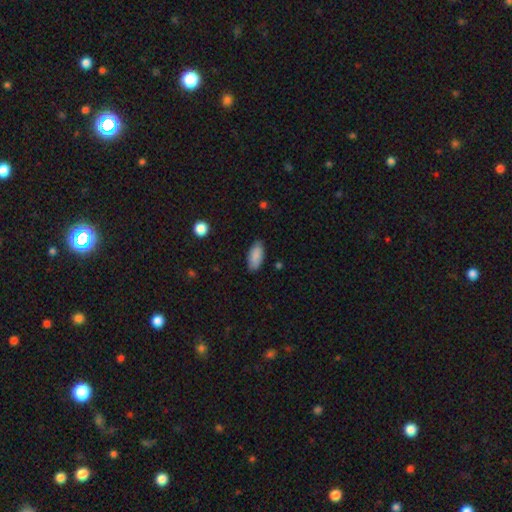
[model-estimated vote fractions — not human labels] Smooth or featured: smooth — 88% (star or artifact — 6%)
How rounded: in between — 91% (cigar-shaped — 7%)
Merging: none — 83% (minor disturbance — 14%)